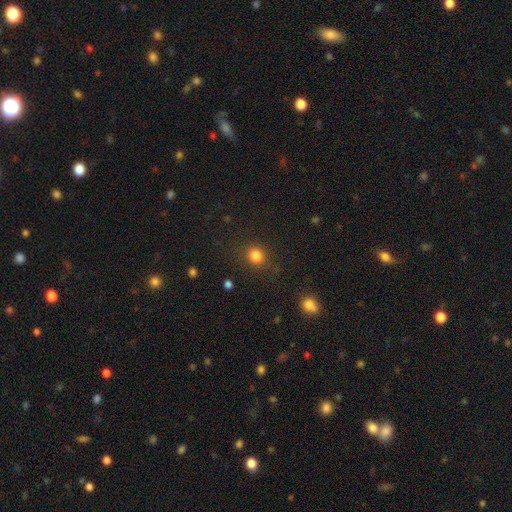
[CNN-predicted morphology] smooth-or-featured: smooth: 83% | star or artifact: 13% | featured or disk: 5%
  how-rounded: round: 83% | in between: 16% | cigar-shaped: 1%
  merging: none: 84% | minor disturbance: 10% | major disturbance: 4% | merger: 2%